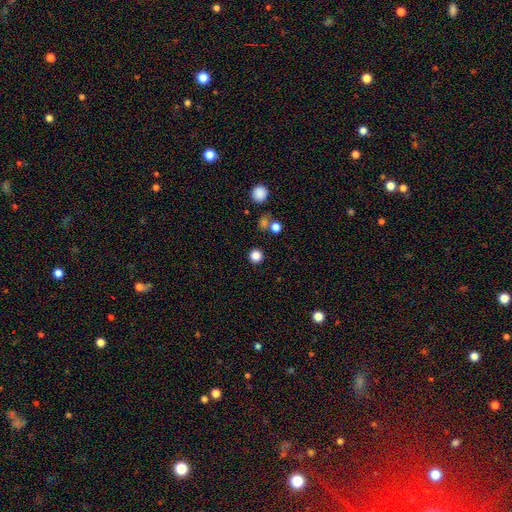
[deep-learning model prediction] The model was most divided on "smooth or featured": smooth: 83%, star or artifact: 13%, featured or disk: 4%. More confident: how rounded — round (95%); merging — none (88%).